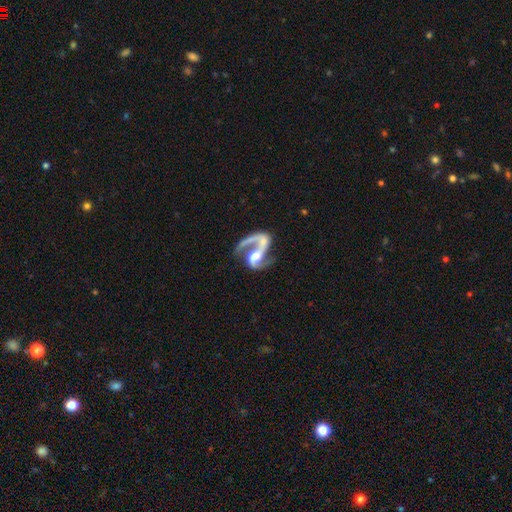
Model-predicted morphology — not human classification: A featured or disk galaxy (88%) with a weak bar (38%), 2 (73%) loose (48%) spiral arms (95%) and a moderate central bulge (53%).

Vote fractions:
- Smooth or featured? featured or disk: 88% / smooth: 7% / star or artifact: 5%
- Edge-on disk? no: 98% / yes: 2%
- Bar? weak: 38% / no: 34% / strong: 28%
- Spiral arms? yes: 95% / no: 5%
- Spiral winding? loose: 48% / medium: 43% / tight: 10%
- Spiral arm count? 2: 73% / 1: 21% / can't tell: 2% / 3: 2% / 4: 1% / more than 4: 1%
- Bulge size? moderate: 53% / small: 22% / large: 15% / none: 8% / dominant: 2%
- Merging? none: 39% / major disturbance: 26% / merger: 21% / minor disturbance: 14%